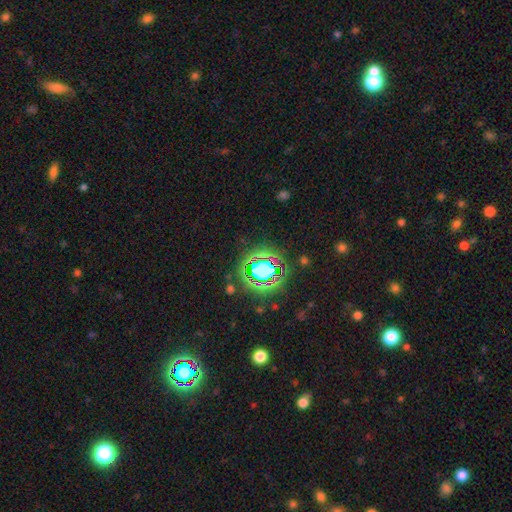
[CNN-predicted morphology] A star or artifact, not a galaxy (69%).

Vote fractions:
- Smooth or featured? star or artifact: 69% / smooth: 20% / featured or disk: 11%